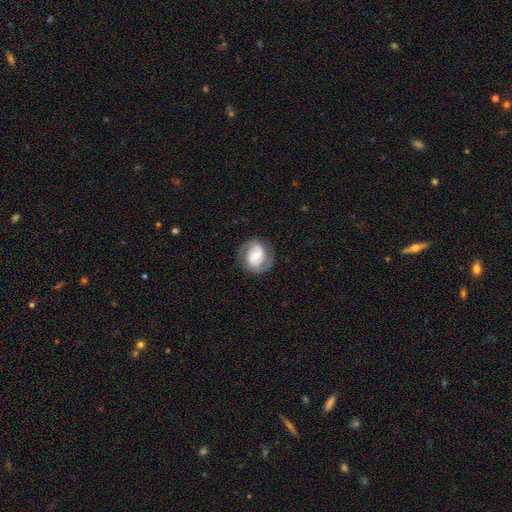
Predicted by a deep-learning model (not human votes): Smooth or featured: featured or disk — 77% (smooth — 17%)
Edge-on disk: no — 98% (yes — 2%)
Bar: weak — 41% (no — 38%)
Spiral arms: yes — 91% (no — 9%)
Spiral winding: medium — 44% (tight — 43%)
Spiral arm count: 2 — 87% (can't tell — 6%)
Bulge size: moderate — 57% (small — 35%)
Merging: none — 80% (minor disturbance — 13%)